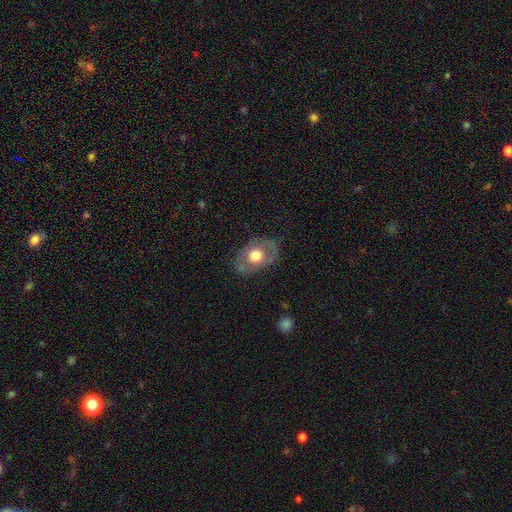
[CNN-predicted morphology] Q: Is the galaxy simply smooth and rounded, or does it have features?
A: smooth — 52%.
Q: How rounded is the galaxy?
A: in between — 73%.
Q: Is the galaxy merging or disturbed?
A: none — 75%.